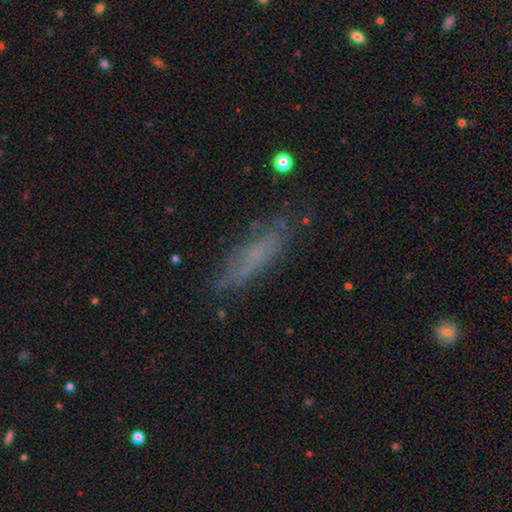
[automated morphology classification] Smooth or featured?
  - smooth: 54% *
  - featured or disk: 33%
  - star or artifact: 13%
How rounded?
  - cigar-shaped: 66% *
  - in between: 32%
  - round: 2%
Merging?
  - none: 70% *
  - minor disturbance: 20%
  - major disturbance: 8%
  - merger: 2%